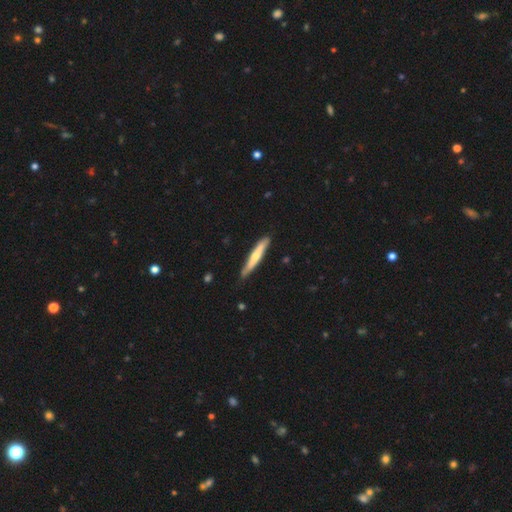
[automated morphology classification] smooth-or-featured: smooth: 52% | featured or disk: 43% | star or artifact: 5%
  how-rounded: cigar-shaped: 94% | in between: 5% | round: 1%
  merging: none: 84% | minor disturbance: 13% | major disturbance: 2% | merger: 1%